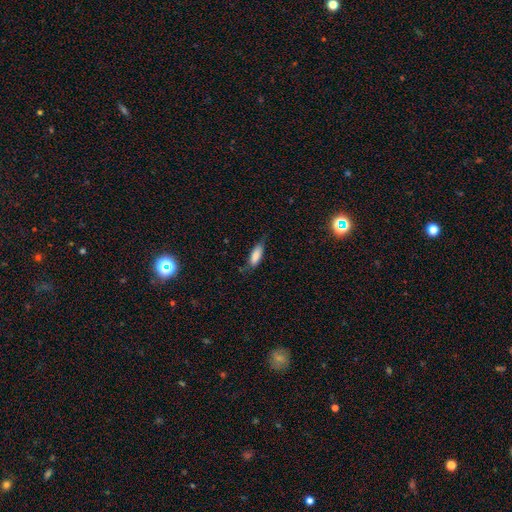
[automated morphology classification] A smooth galaxy with no disk features (79%) that is in between round and cigar-shaped (65%). Merging: none (58%).